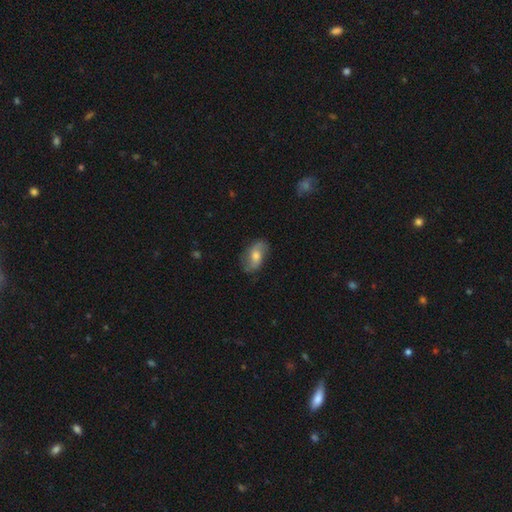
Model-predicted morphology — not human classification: Smooth or featured? Predicted: featured or disk (p=0.49). Merging? Predicted: none (p=0.74).